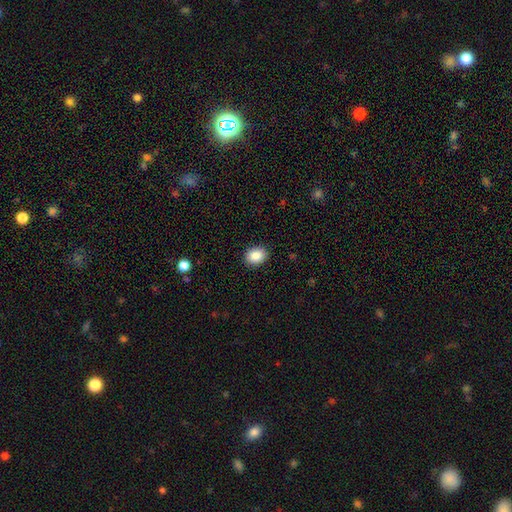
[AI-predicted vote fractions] This appears to be a smooth galaxy with no disk features (87%) that is in between round and cigar-shaped (56%). Merging: none (90%).